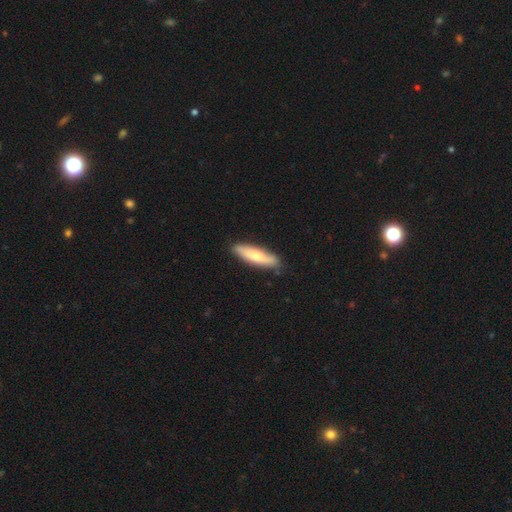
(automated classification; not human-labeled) Smooth or featured? Predicted: smooth (p=0.67). How rounded? Predicted: cigar-shaped (p=0.69). Merging? Predicted: none (p=0.83).